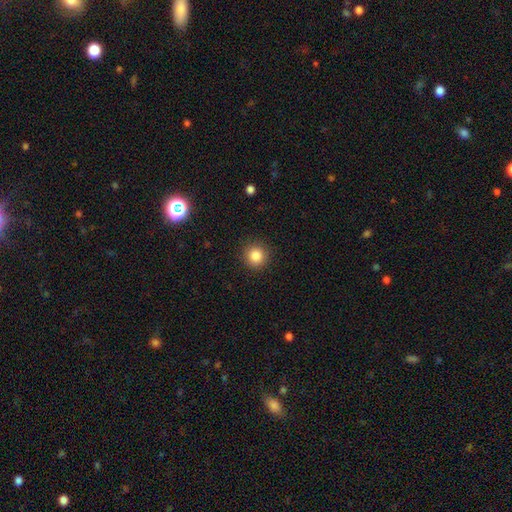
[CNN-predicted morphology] A smooth galaxy with no disk features (85%) that is round (94%).

Vote fractions:
- Smooth or featured? smooth: 85% / star or artifact: 10% / featured or disk: 4%
- How rounded? round: 94% / in between: 5% / cigar-shaped: 1%
- Merging? none: 91% / minor disturbance: 6% / major disturbance: 2% / merger: 1%